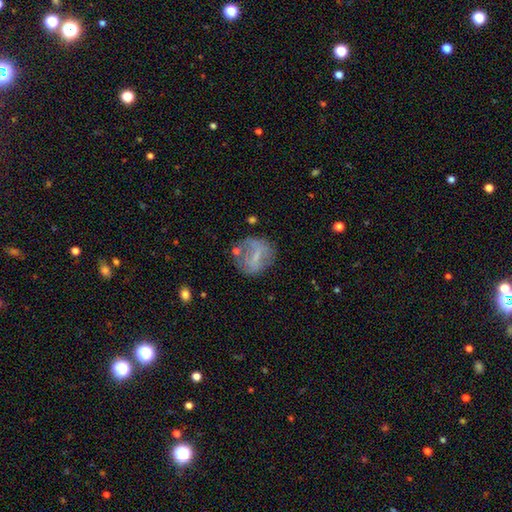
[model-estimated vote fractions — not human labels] Smooth or featured?
  - featured or disk: 47% *
  - smooth: 43%
  - star or artifact: 10%
Merging?
  - none: 58% *
  - minor disturbance: 22%
  - major disturbance: 15%
  - merger: 6%